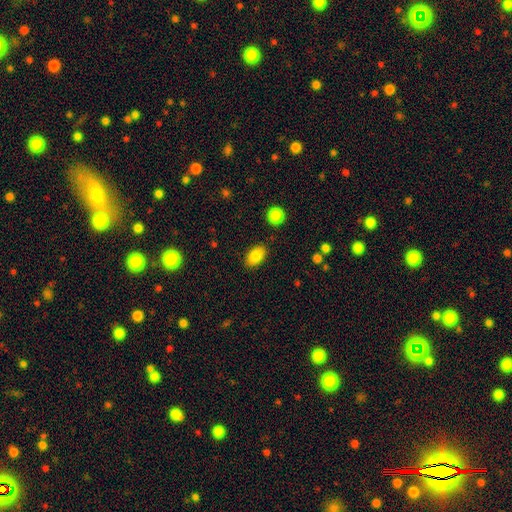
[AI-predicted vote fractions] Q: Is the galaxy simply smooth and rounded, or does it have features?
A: smooth — 84%.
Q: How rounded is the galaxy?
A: in between — 90%.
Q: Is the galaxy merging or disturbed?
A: none — 86%.